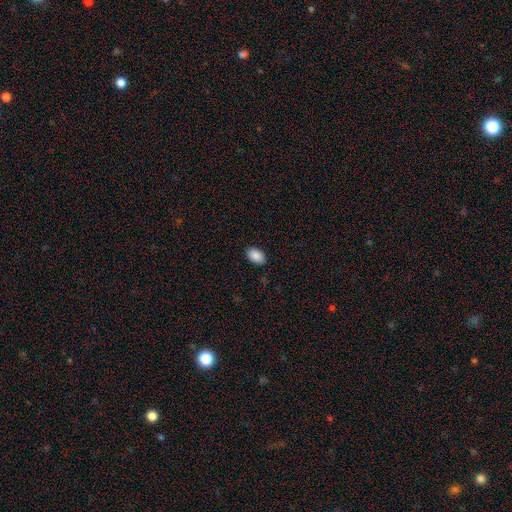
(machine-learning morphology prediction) Q: Smooth or featured?
A: smooth (90%); runner-up: star or artifact (7%)
Q: How rounded?
A: in between (90%); runner-up: round (9%)
Q: Merging?
A: none (87%); runner-up: minor disturbance (9%)